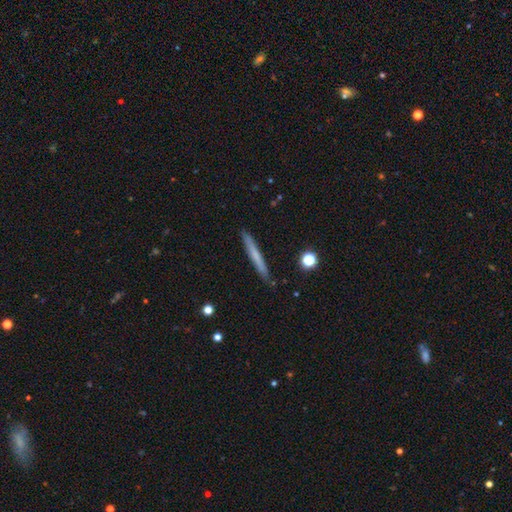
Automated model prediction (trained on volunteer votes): Smooth or featured? Predicted: smooth (p=0.60). How rounded? Predicted: cigar-shaped (p=0.96). Merging? Predicted: none (p=0.89).